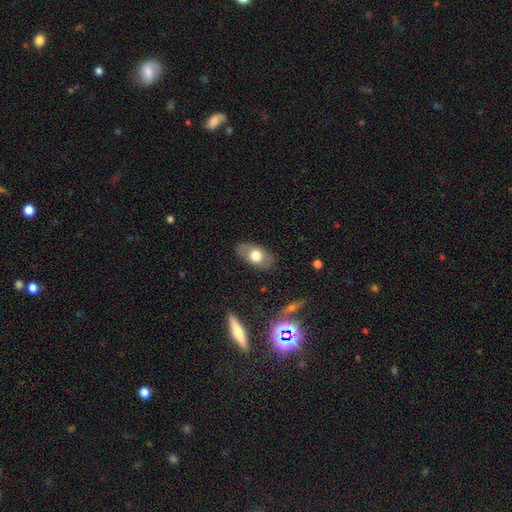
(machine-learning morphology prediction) type=smooth (66%); roundness=in between (89%); merging=none (82%).